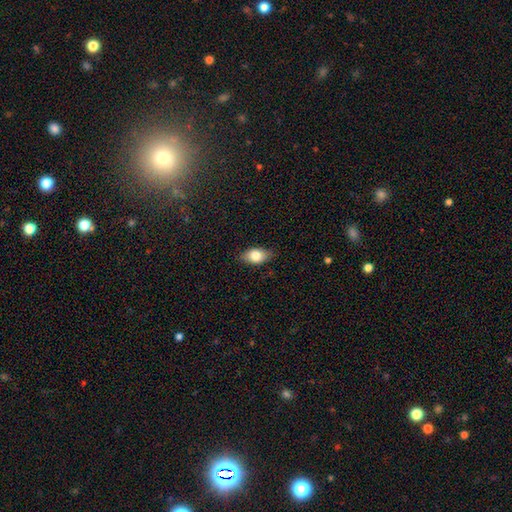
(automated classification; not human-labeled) Smooth or featured?
  - smooth: 79% *
  - featured or disk: 14%
  - star or artifact: 7%
How rounded?
  - in between: 87% *
  - round: 10%
  - cigar-shaped: 3%
Merging?
  - none: 81% *
  - minor disturbance: 15%
  - major disturbance: 3%
  - merger: 1%